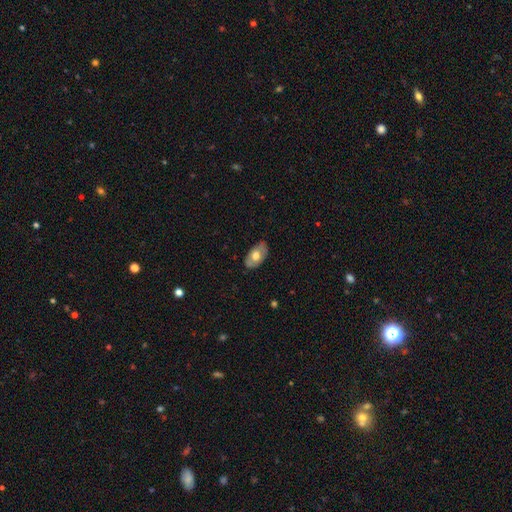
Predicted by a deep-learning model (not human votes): smooth 57%, featured or disk 37%, star or artifact 6%. Down the decision tree: how rounded — in between (92%); merging — none (79%).